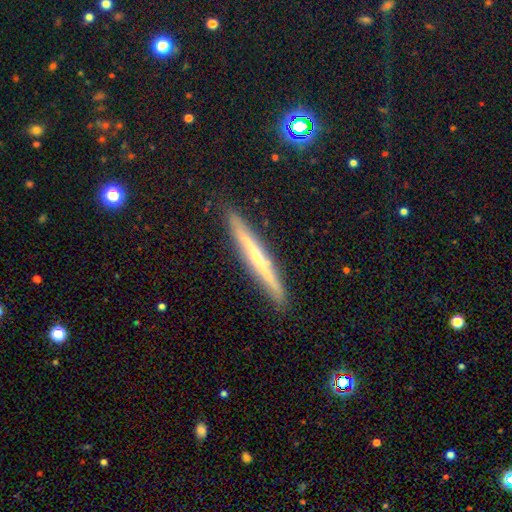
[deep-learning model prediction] A featured or disk galaxy (71%) viewed edge-on (96%) with a rounded central bulge (61%).

Vote fractions:
- Smooth or featured? featured or disk: 71% / smooth: 22% / star or artifact: 7%
- Edge-on disk? yes: 96% / no: 4%
- Edge-on bulge? rounded: 61% / none: 35% / boxy: 4%
- Merging? none: 91% / minor disturbance: 7% / major disturbance: 1% / merger: 1%